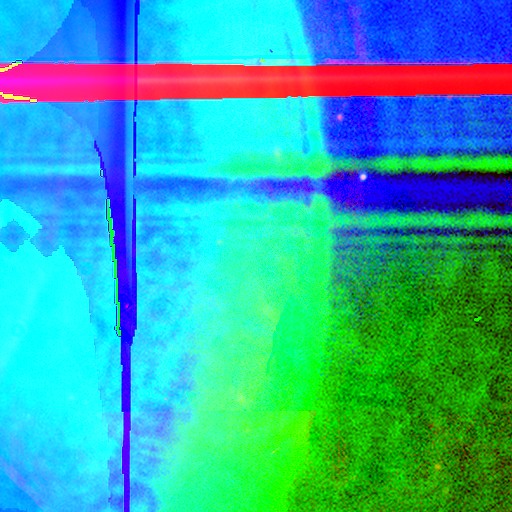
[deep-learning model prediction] This appears to be a star or artifact, not a galaxy (84%).